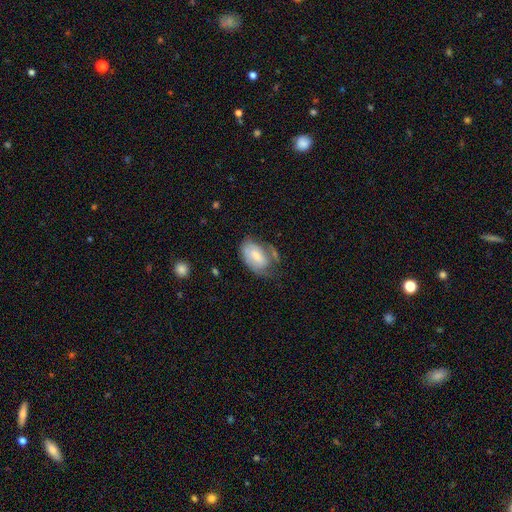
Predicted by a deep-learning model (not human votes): Smooth or featured: smooth — 50% (featured or disk — 43%)
Merging: none — 39% (minor disturbance — 31%)